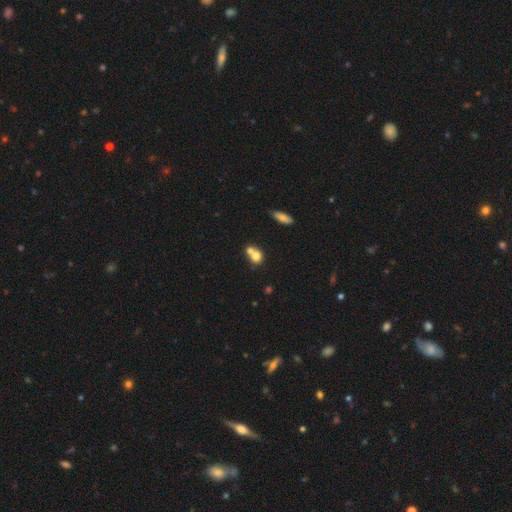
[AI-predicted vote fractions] smooth_or_featured: smooth (p=0.72) [alt: featured or disk p=0.17]
how_rounded: round (p=0.64) [alt: in between p=0.34]
merging: merger (p=0.59) [alt: none p=0.31]